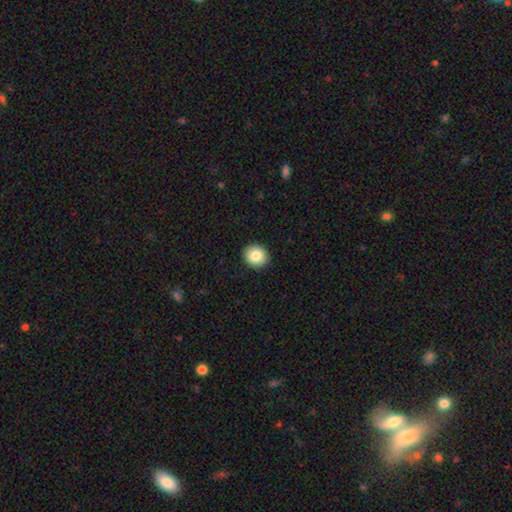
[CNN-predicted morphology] This appears to be a smooth galaxy with no disk features (85%) that is round (86%). Merging: none (92%).